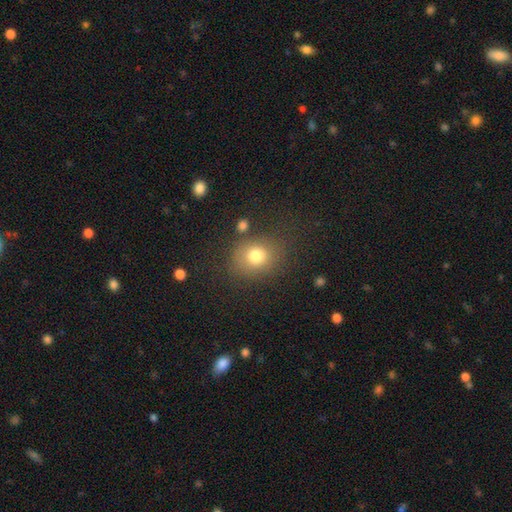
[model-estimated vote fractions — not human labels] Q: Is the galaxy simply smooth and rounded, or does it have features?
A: smooth — 77%.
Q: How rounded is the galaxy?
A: round — 60%.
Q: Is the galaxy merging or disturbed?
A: none — 74%.